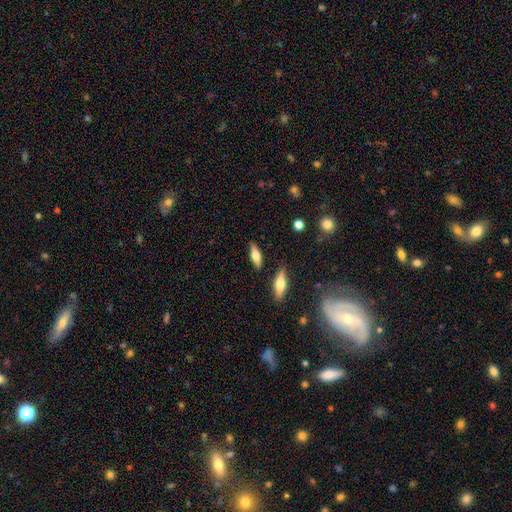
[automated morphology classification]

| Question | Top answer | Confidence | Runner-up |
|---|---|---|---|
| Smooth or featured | smooth | 59% | featured or disk (34%) |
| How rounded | in between | 56% | cigar-shaped (41%) |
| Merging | none | 84% | minor disturbance (10%) |